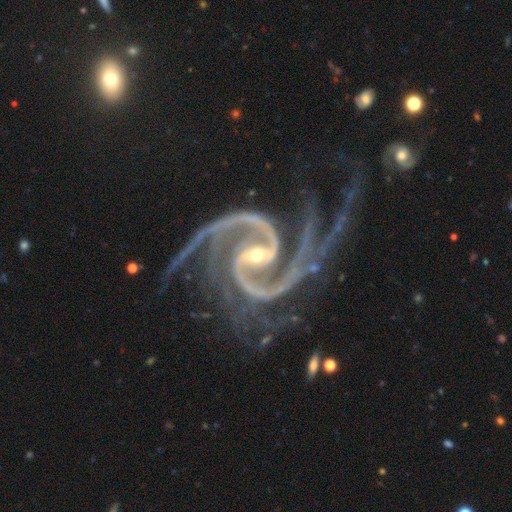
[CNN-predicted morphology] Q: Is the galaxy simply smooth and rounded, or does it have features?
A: featured or disk — 94%.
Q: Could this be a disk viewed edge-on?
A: no — 98%.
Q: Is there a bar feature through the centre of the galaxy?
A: strong — 49%.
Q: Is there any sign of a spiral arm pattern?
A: yes — 99%.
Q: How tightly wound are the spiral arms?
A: medium — 58%.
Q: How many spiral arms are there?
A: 2 — 60%.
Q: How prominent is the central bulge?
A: small — 63%.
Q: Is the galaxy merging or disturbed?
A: none — 56%.